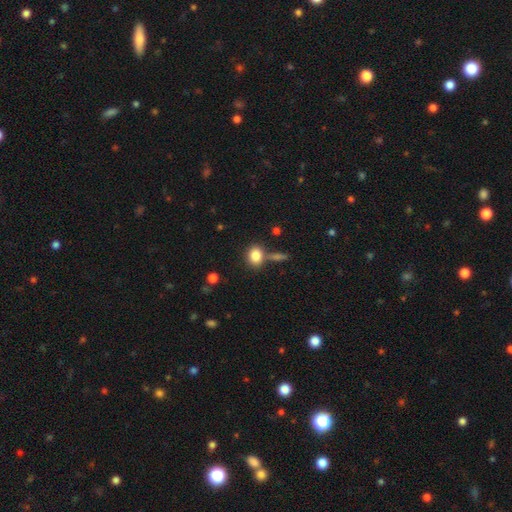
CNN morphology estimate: Smooth or featured? smooth (83%)
How rounded? round (50%)
Merging? none (67%)